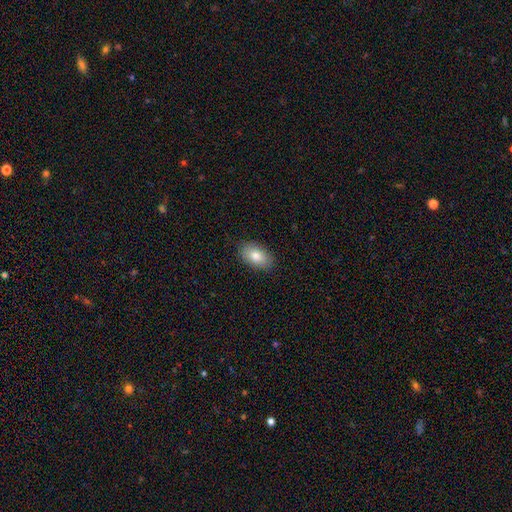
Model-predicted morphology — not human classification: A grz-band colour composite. It shows a smooth galaxy with no disk features (82%) that is in between round and cigar-shaped (92%). Merging: none (88%).